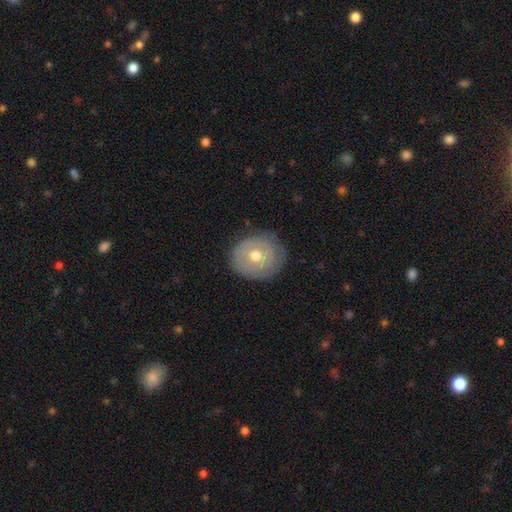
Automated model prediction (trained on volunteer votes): Smooth or featured? Predicted: featured or disk (p=0.46, tied with smooth). Merging? Predicted: none (p=0.78).